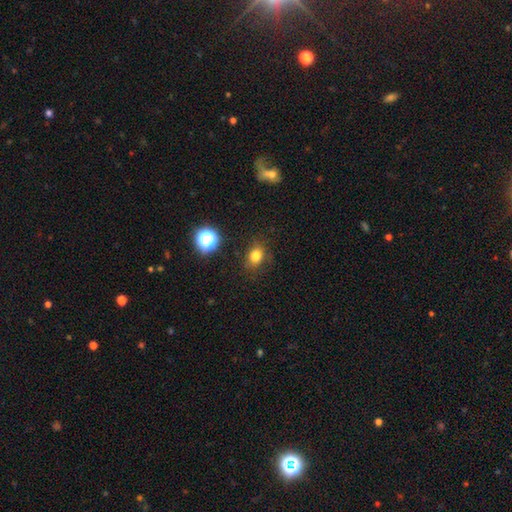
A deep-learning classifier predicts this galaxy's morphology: type=smooth (79%); roundness=round (51%); merging=none (81%).